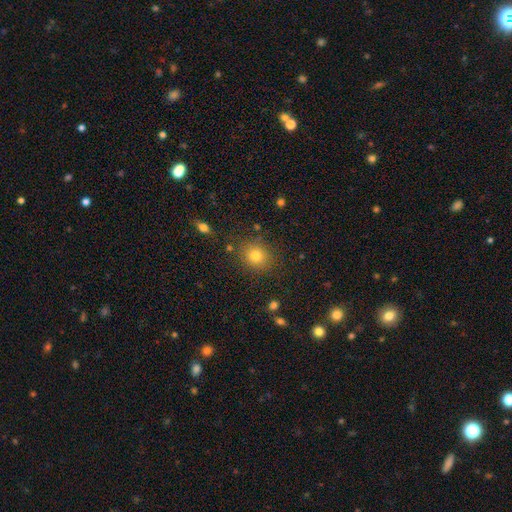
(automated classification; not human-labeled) Q: Smooth or featured?
A: smooth (78%); runner-up: star or artifact (14%)
Q: How rounded?
A: round (80%); runner-up: in between (19%)
Q: Merging?
A: none (85%); runner-up: minor disturbance (9%)